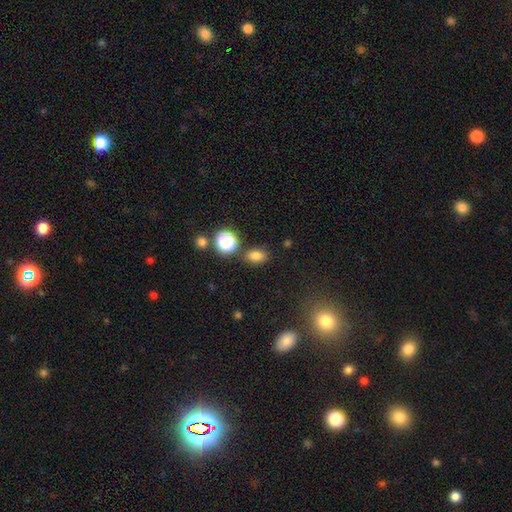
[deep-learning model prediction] This is likely a smooth galaxy (77%). How rounded: likely in between (66%). Merging: likely none (79%).